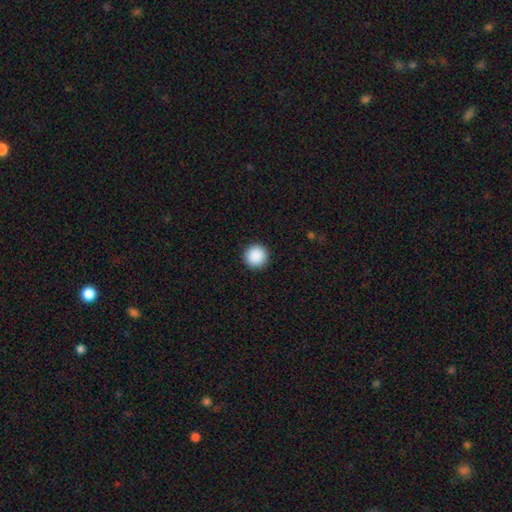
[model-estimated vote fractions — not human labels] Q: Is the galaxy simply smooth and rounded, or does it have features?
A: smooth — 89%.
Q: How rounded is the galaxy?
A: round — 96%.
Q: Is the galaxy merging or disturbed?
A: none — 93%.